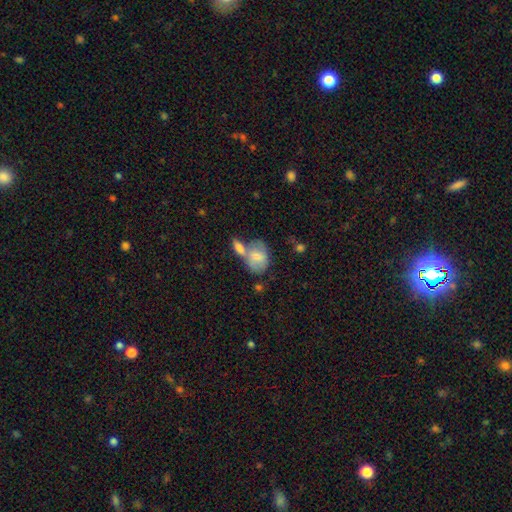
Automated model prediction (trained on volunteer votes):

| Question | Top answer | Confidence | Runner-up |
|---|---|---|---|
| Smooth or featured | smooth | 69% | featured or disk (24%) |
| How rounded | in between | 76% | round (22%) |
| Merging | merger | 48% | none (29%) |